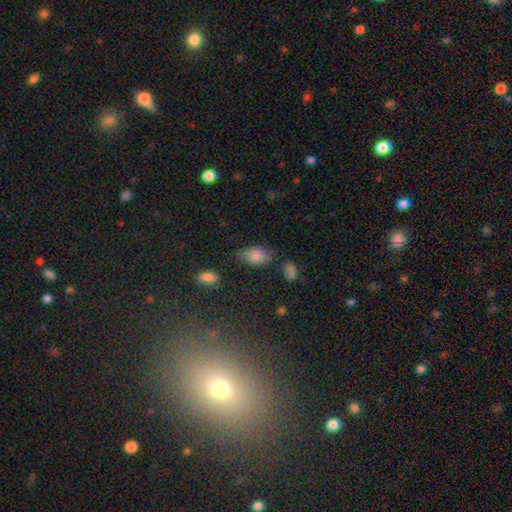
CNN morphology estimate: A smooth galaxy with no disk features (83%) that is in between round and cigar-shaped (91%). Merging: none (62%).